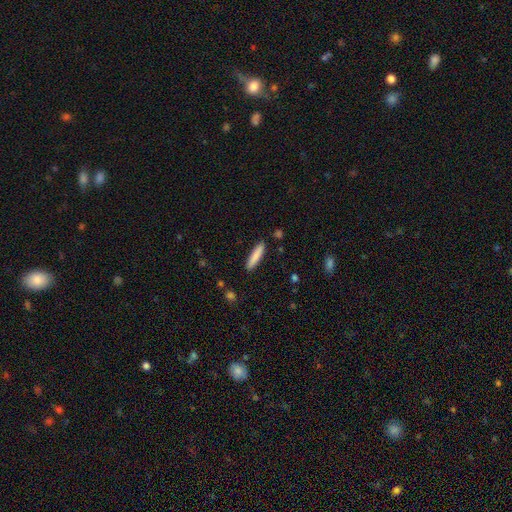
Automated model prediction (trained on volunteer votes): smooth-or-featured: smooth: 84% | featured or disk: 10% | star or artifact: 6%
  how-rounded: cigar-shaped: 86% | in between: 13% | round: 1%
  merging: none: 89% | minor disturbance: 8% | major disturbance: 2% | merger: 1%